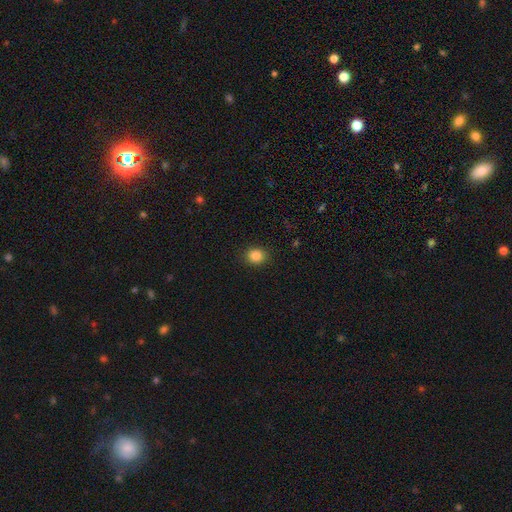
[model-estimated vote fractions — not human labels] smooth-or-featured: smooth: 85% | star or artifact: 11% | featured or disk: 4%
  how-rounded: round: 71% | in between: 28% | cigar-shaped: 1%
  merging: none: 89% | minor disturbance: 8% | major disturbance: 2% | merger: 1%